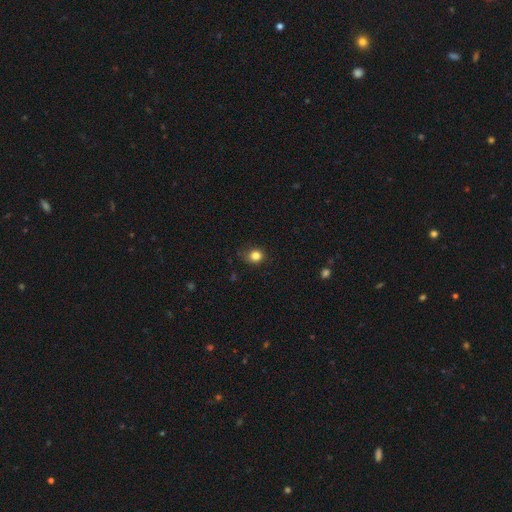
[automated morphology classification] This is clearly a smooth galaxy (83%). How rounded: likely round (75%). Merging: likely none (80%).